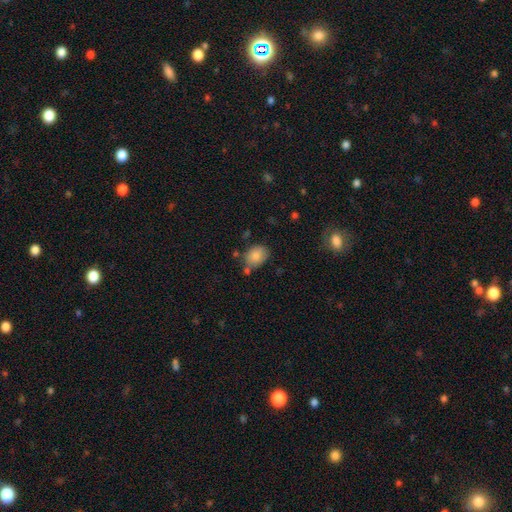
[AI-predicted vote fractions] smooth-or-featured: smooth: 84% | star or artifact: 8% | featured or disk: 7%
  how-rounded: in between: 65% | round: 34% | cigar-shaped: 1%
  merging: none: 63% | minor disturbance: 21% | merger: 11% | major disturbance: 5%